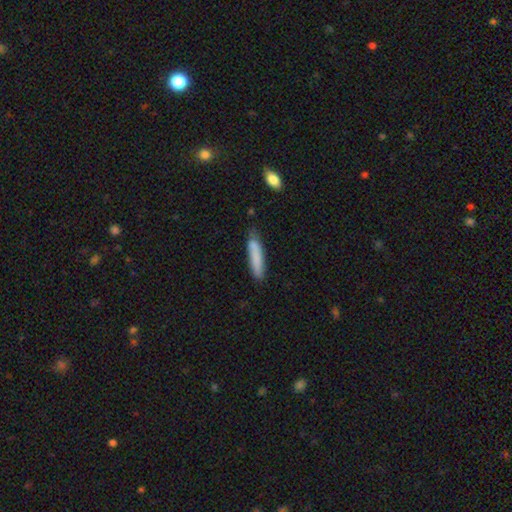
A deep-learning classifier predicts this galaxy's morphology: Smooth or featured?
  - smooth: 81% *
  - featured or disk: 13%
  - star or artifact: 6%
How rounded?
  - cigar-shaped: 87% *
  - in between: 12%
  - round: 1%
Merging?
  - none: 72% *
  - minor disturbance: 21%
  - major disturbance: 3%
  - merger: 3%